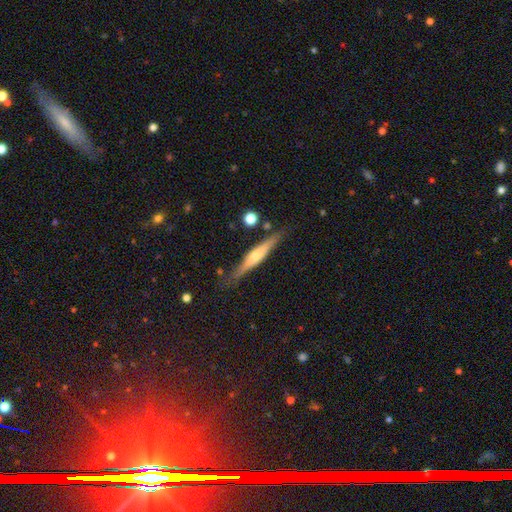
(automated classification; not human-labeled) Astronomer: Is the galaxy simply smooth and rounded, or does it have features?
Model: featured or disk — 63%.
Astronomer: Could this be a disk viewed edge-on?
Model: yes — 95%.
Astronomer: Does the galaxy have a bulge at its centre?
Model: rounded — 80%.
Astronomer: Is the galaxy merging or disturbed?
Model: none — 81%.